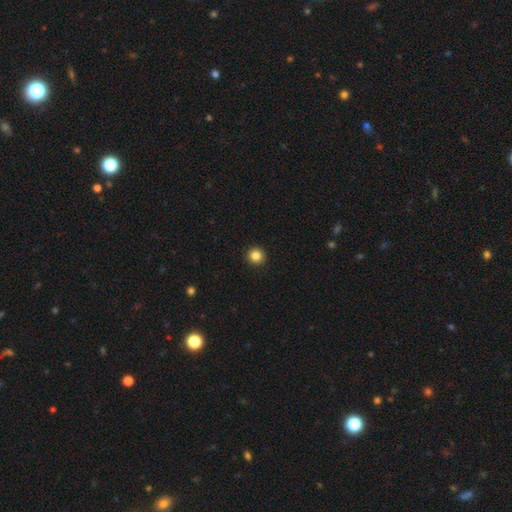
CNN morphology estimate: smooth 85%, star or artifact 11%, featured or disk 4%. Down the decision tree: how rounded — round (95%); merging — none (94%).